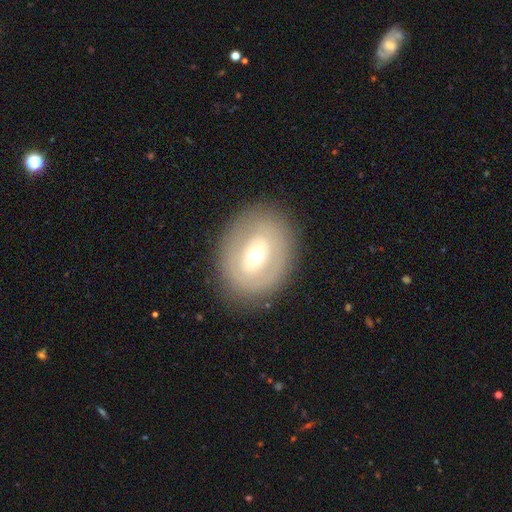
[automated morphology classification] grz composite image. It shows a featured or disk galaxy (52%). Merging: none (82%).